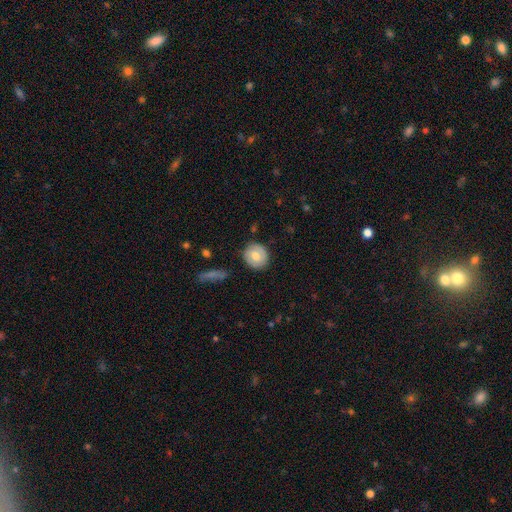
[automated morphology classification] Smooth or featured? smooth (67%)
How rounded? round (85%)
Merging? none (86%)